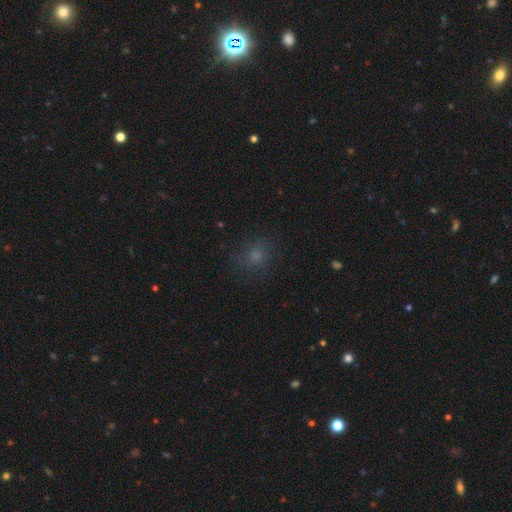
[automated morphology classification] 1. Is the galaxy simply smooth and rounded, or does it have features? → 68% smooth, 23% star or artifact, 10% featured or disk.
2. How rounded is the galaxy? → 81% round, 17% in between, 1% cigar-shaped.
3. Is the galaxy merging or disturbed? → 80% none, 12% minor disturbance, 6% major disturbance, 1% merger.